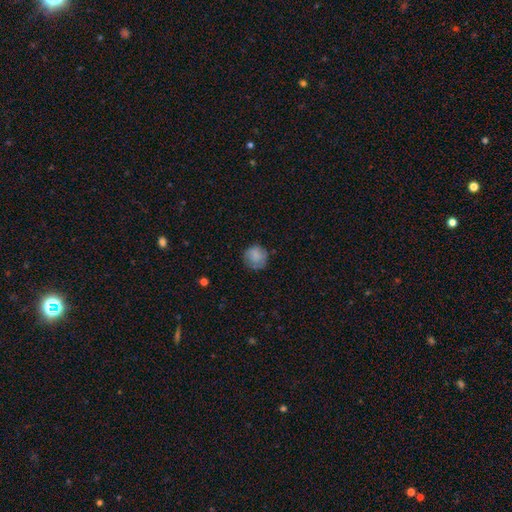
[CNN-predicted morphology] Smooth or featured?
  - smooth: 73% *
  - featured or disk: 18%
  - star or artifact: 9%
How rounded?
  - round: 87% *
  - in between: 12%
  - cigar-shaped: 1%
Merging?
  - none: 72% *
  - minor disturbance: 20%
  - major disturbance: 7%
  - merger: 1%